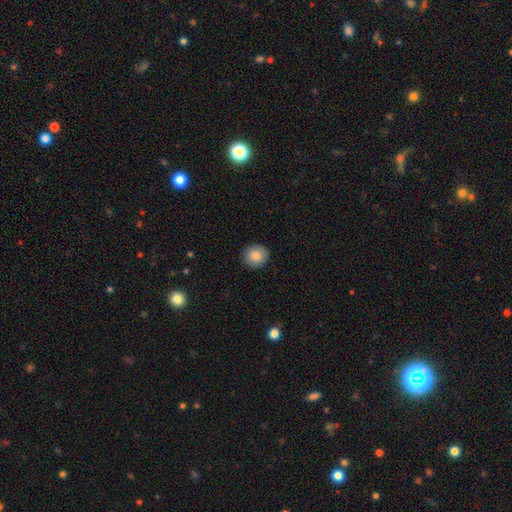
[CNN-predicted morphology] The model was most divided on "how rounded": round: 87%, in between: 12%, cigar-shaped: 1%. More confident: merging — none (91%); smooth or featured — smooth (86%).